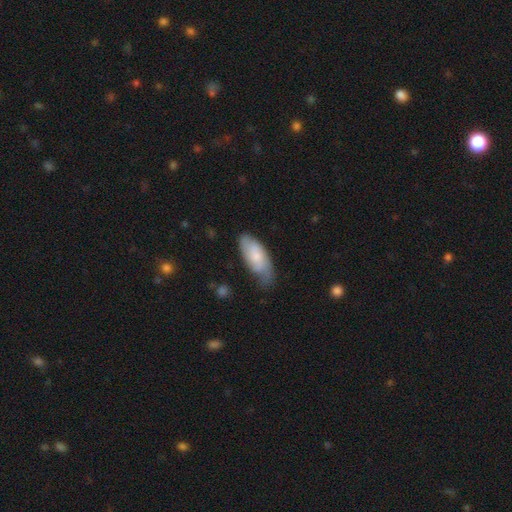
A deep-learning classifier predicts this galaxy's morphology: Smooth or featured? smooth (58%)
How rounded? in between (83%)
Merging? none (57%)